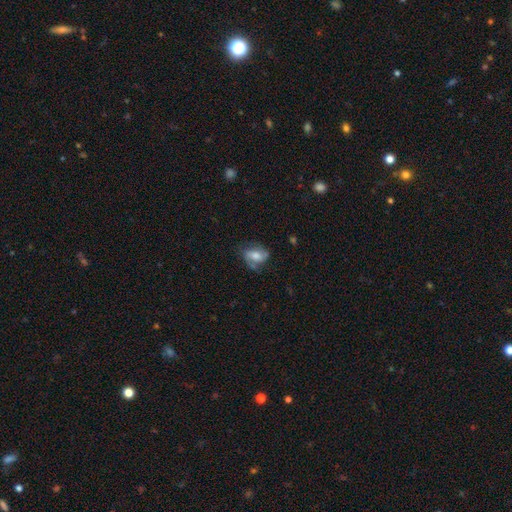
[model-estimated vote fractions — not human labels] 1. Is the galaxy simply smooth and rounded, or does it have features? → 46% smooth, 45% featured or disk, 8% star or artifact.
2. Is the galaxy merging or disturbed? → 54% none, 27% minor disturbance, 15% major disturbance, 3% merger.